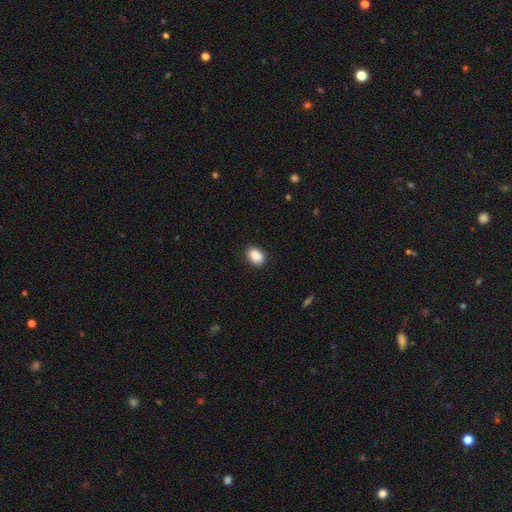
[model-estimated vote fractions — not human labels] Q: Smooth or featured?
A: smooth (90%); runner-up: star or artifact (8%)
Q: How rounded?
A: in between (84%); runner-up: round (14%)
Q: Merging?
A: none (88%); runner-up: minor disturbance (9%)